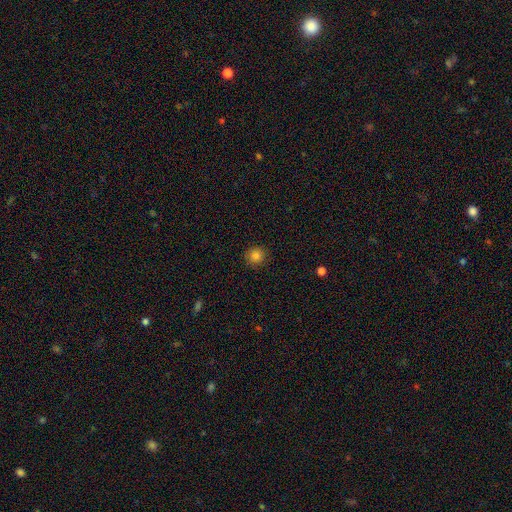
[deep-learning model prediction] A smooth galaxy with no disk features (84%) that is round (93%).

Vote fractions:
- Smooth or featured? smooth: 84% / star or artifact: 12% / featured or disk: 4%
- How rounded? round: 93% / in between: 6% / cigar-shaped: 1%
- Merging? none: 90% / minor disturbance: 7% / major disturbance: 2% / merger: 1%